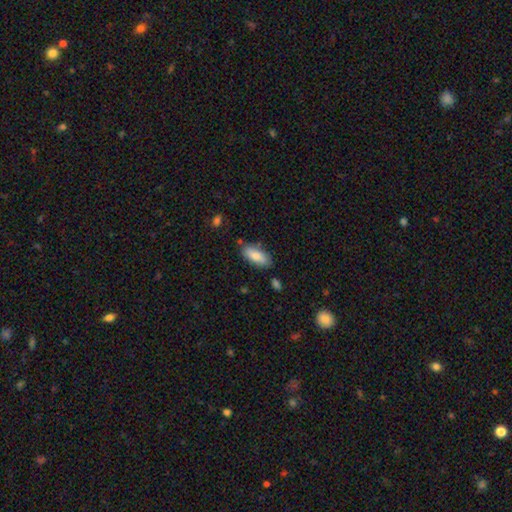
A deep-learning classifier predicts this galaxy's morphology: smooth-or-featured: smooth: 80% | featured or disk: 14% | star or artifact: 6%
  how-rounded: in between: 85% | cigar-shaped: 13% | round: 2%
  merging: none: 78% | minor disturbance: 15% | merger: 4% | major disturbance: 3%